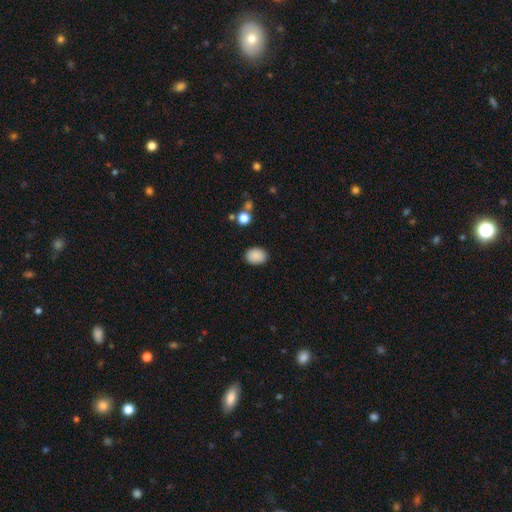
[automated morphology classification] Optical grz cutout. It shows a smooth galaxy with no disk features (89%) that is in between round and cigar-shaped (71%). Merging: none (87%).